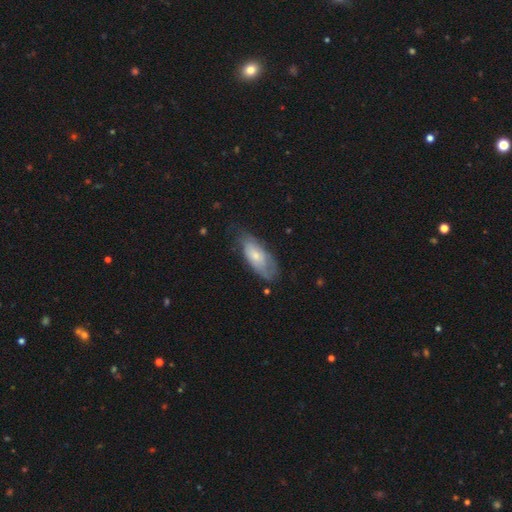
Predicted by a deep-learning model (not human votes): Smooth or featured? smooth (55%)
How rounded? in between (83%)
Merging? none (56%)